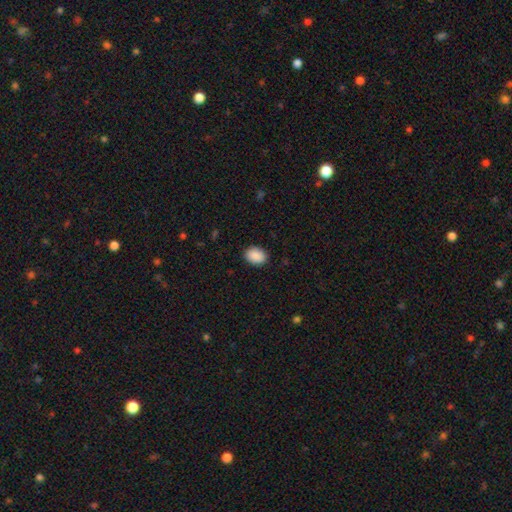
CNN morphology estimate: A smooth galaxy with no disk features (90%) that is in between round and cigar-shaped (71%).

Vote fractions:
- Smooth or featured? smooth: 90% / star or artifact: 7% / featured or disk: 3%
- How rounded? in between: 71% / round: 28% / cigar-shaped: 1%
- Merging? none: 89% / minor disturbance: 8% / major disturbance: 2% / merger: 1%